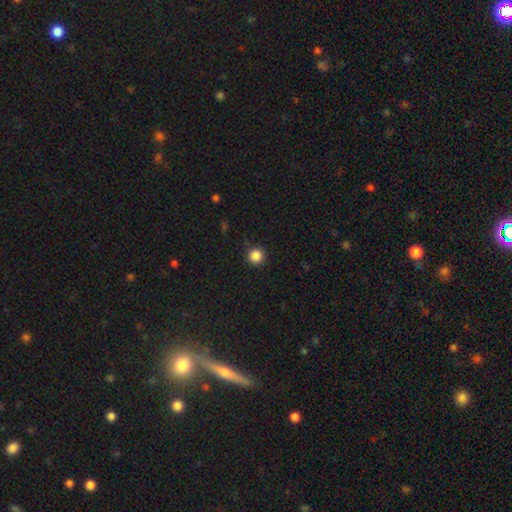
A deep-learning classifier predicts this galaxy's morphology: smooth_or_featured: smooth (p=0.86) [alt: star or artifact p=0.11]
how_rounded: round (p=0.95) [alt: in between p=0.04]
merging: none (p=0.91) [alt: minor disturbance p=0.06]